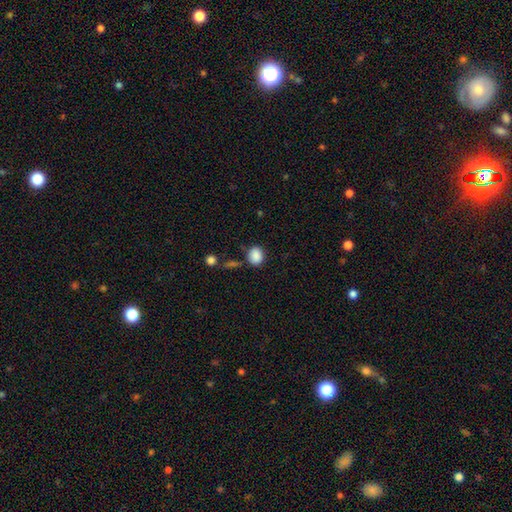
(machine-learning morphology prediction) smooth 88%, star or artifact 9%, featured or disk 4%. Down the decision tree: how rounded — round (53%); merging — none (76%).